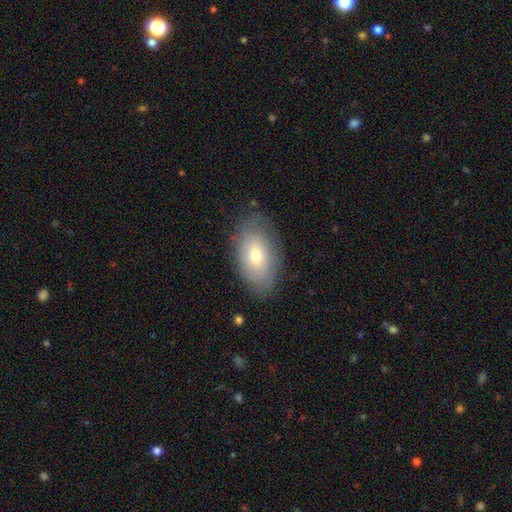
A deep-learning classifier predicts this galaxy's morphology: This is likely a smooth galaxy (66%). How rounded: clearly in between (93%). Merging: clearly none (80%).